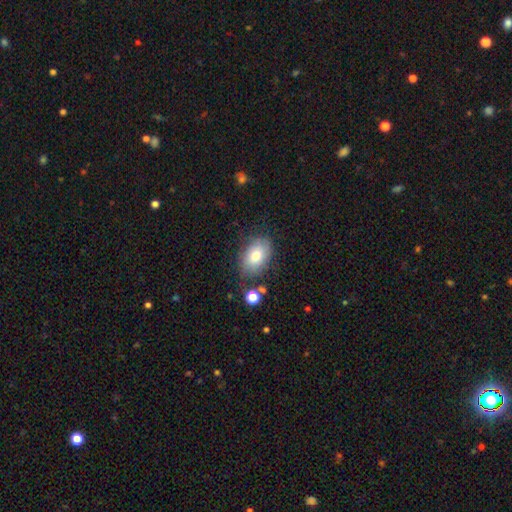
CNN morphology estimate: smooth-or-featured: smooth: 78% | featured or disk: 15% | star or artifact: 8%
  how-rounded: in between: 85% | round: 14% | cigar-shaped: 1%
  merging: none: 73% | minor disturbance: 17% | major disturbance: 5% | merger: 4%